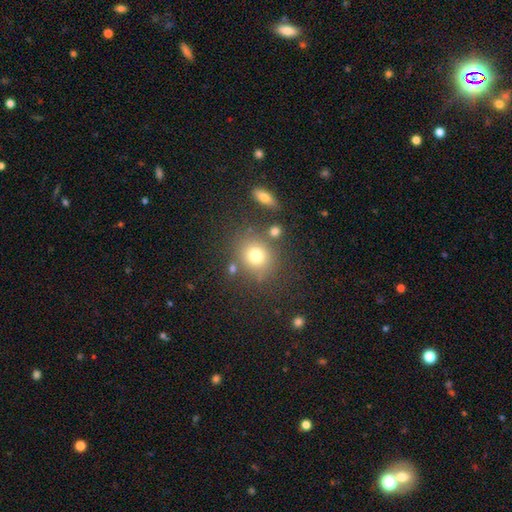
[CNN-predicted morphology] type=smooth (76%); roundness=round (75%); merging=none (73%).